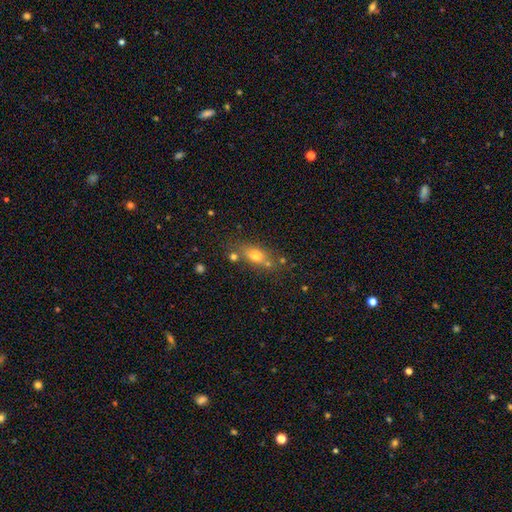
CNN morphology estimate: A smooth galaxy with no disk features (67%) that is in between round and cigar-shaped (65%).

Vote fractions:
- Smooth or featured? smooth: 67% / featured or disk: 19% / star or artifact: 14%
- How rounded? in between: 65% / round: 20% / cigar-shaped: 15%
- Merging? none: 65% / minor disturbance: 15% / merger: 15% / major disturbance: 6%